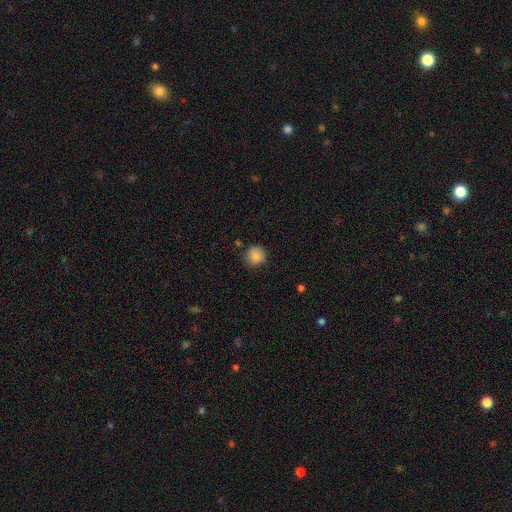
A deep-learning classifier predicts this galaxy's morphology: smooth-or-featured: smooth: 86% | star or artifact: 9% | featured or disk: 5%
  how-rounded: round: 92% | in between: 7% | cigar-shaped: 1%
  merging: none: 83% | minor disturbance: 13% | major disturbance: 3% | merger: 2%